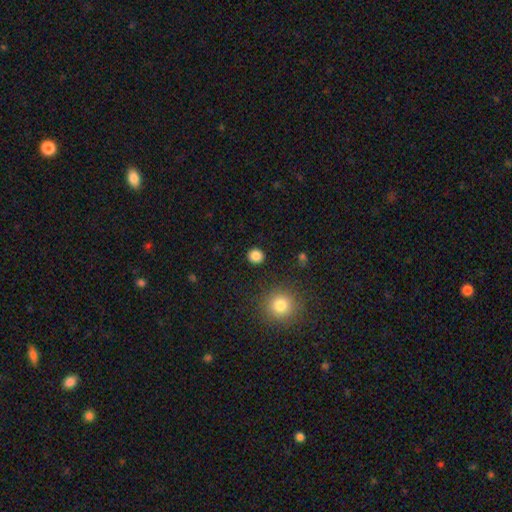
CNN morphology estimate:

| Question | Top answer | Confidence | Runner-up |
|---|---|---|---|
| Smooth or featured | smooth | 85% | star or artifact (12%) |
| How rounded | round | 91% | in between (9%) |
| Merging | none | 91% | minor disturbance (5%) |